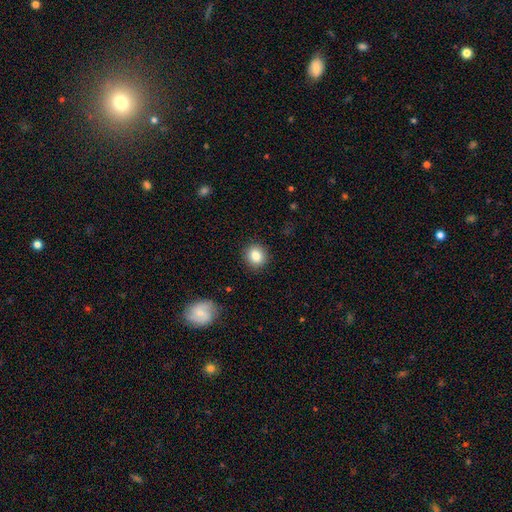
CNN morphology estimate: Overall: smooth (85%). How rounded: round (82%). Merging: none (90%).